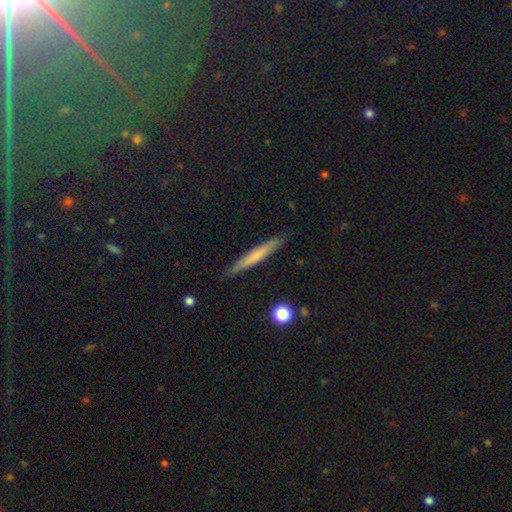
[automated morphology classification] Overall: smooth (58%; featured or disk 35%). How rounded: cigar-shaped (95%). Merging: none (89%).